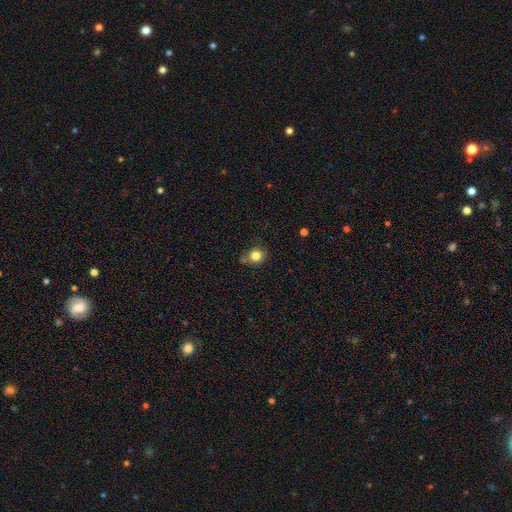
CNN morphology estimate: Smooth or featured: smooth — 83% (star or artifact — 11%)
How rounded: round — 81% (in between — 18%)
Merging: none — 71% (minor disturbance — 18%)